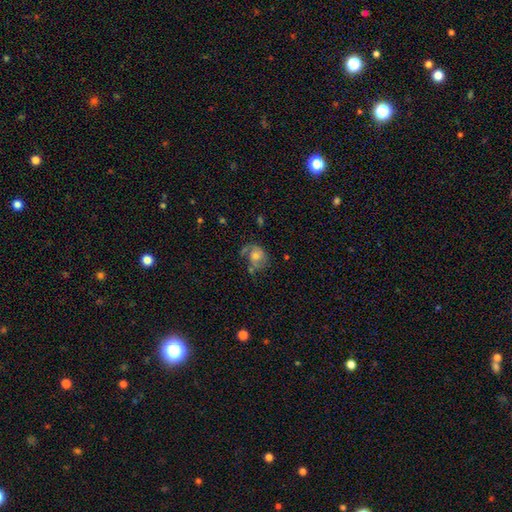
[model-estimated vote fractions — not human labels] Smooth or featured? featured or disk (63%)
Edge-on disk? no (97%)
Bar? no (72%)
Spiral arms? yes (85%)
Spiral winding? medium (44%)
Spiral arm count? 2 (51%)
Bulge size? moderate (57%)
Merging? none (50%)